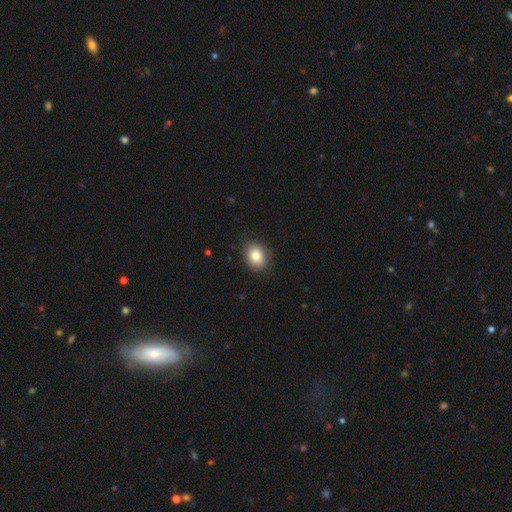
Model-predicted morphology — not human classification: The model was most divided on "how rounded": in between: 63%, round: 36%, cigar-shaped: 1%. More confident: merging — none (85%); smooth or featured — smooth (85%).